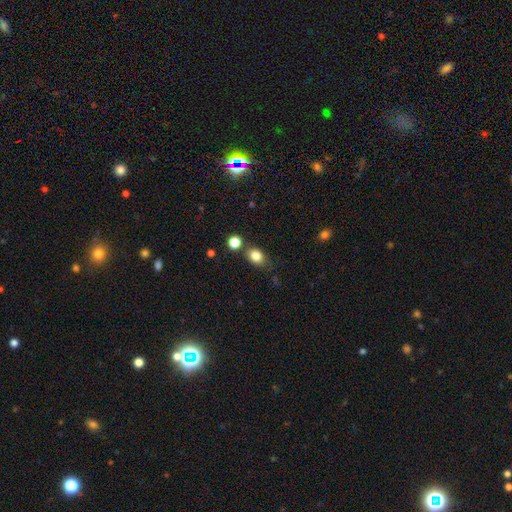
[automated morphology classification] Smooth or featured? Predicted: smooth (p=0.81). How rounded? Predicted: in between (p=0.63). Merging? Predicted: none (p=0.70).